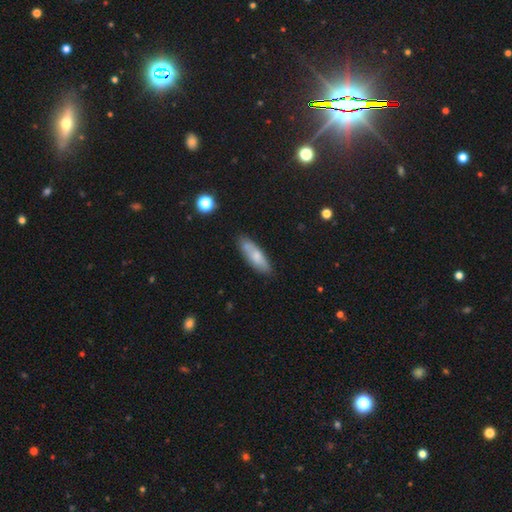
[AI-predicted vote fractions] Smooth or featured? smooth (71%)
How rounded? in between (52%)
Merging? none (77%)